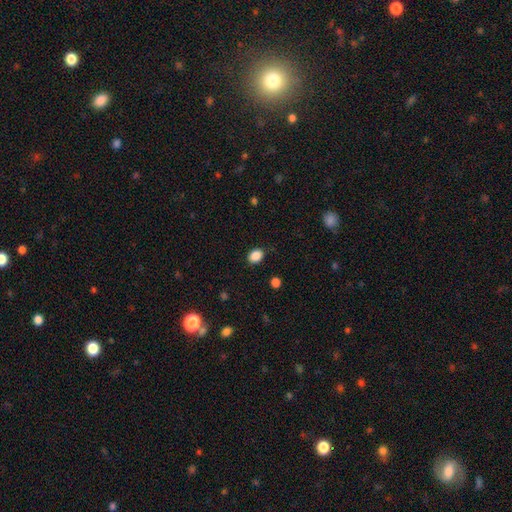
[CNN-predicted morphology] smooth 87%, star or artifact 9%, featured or disk 3%. Down the decision tree: how rounded — in between (60%); merging — none (85%).